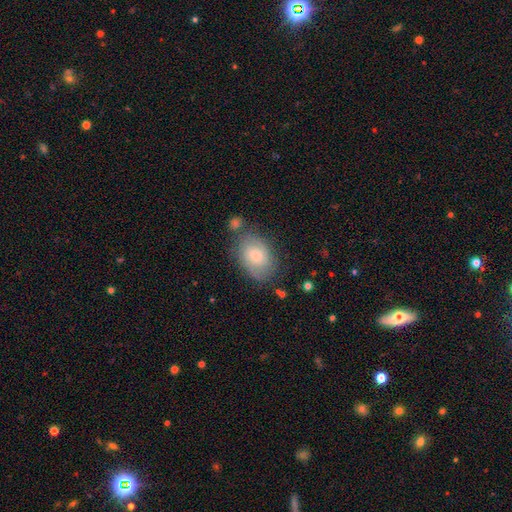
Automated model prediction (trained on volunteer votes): This is likely a smooth galaxy (63%). How rounded: clearly in between (81%). Merging: likely none (64%).